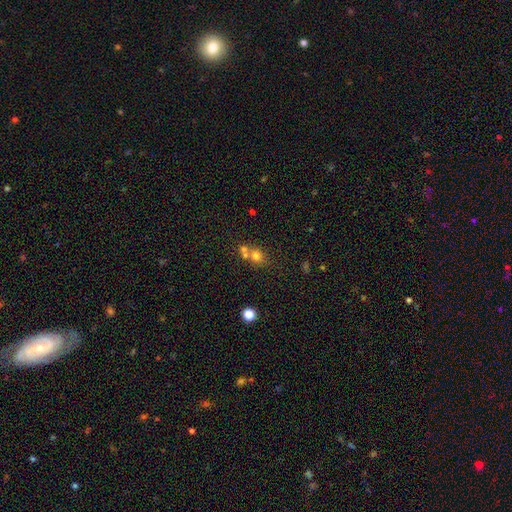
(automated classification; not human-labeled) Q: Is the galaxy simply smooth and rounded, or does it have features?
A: smooth — 71%.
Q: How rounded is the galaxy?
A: round — 78%.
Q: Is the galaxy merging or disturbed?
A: merger — 46%.